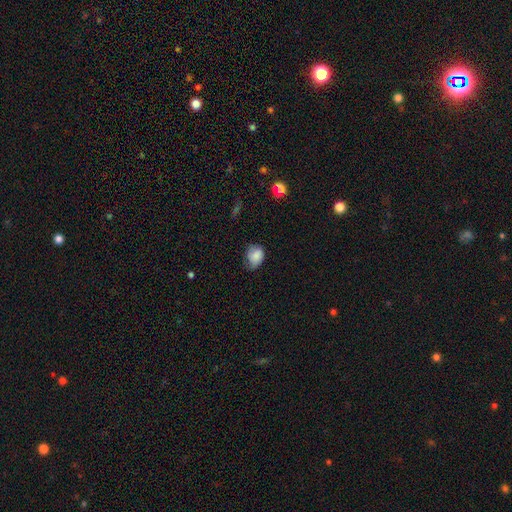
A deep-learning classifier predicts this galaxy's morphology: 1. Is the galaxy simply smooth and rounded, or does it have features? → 82% smooth, 10% featured or disk, 9% star or artifact.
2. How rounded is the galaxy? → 55% in between, 44% round, 1% cigar-shaped.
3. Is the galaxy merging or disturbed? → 48% none, 39% minor disturbance, 12% major disturbance, 2% merger.